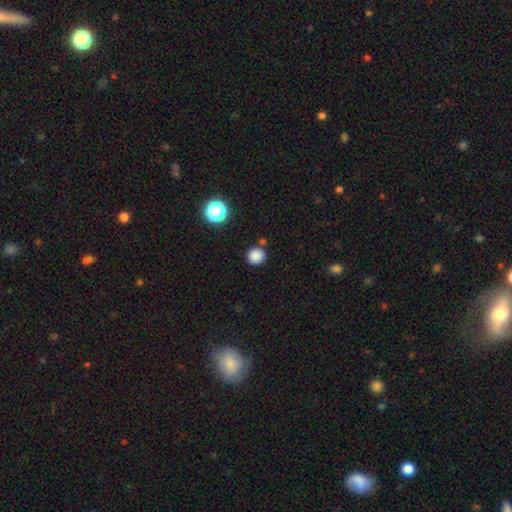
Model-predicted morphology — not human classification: Smooth or featured?
  - smooth: 84% *
  - star or artifact: 12%
  - featured or disk: 4%
How rounded?
  - round: 93% *
  - in between: 7%
  - cigar-shaped: 1%
Merging?
  - none: 83% *
  - minor disturbance: 9%
  - merger: 6%
  - major disturbance: 3%